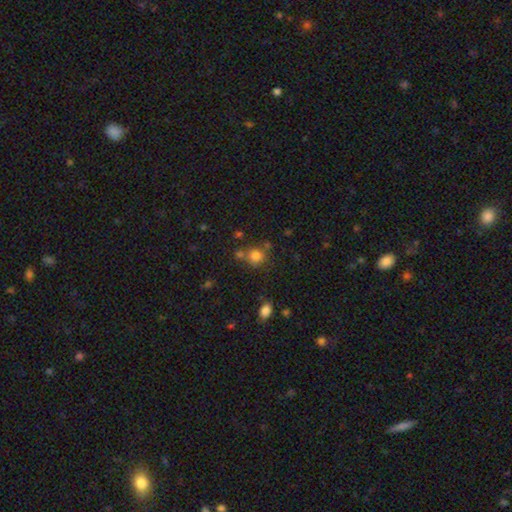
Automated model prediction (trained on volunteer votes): smooth-or-featured: smooth: 78% | star or artifact: 15% | featured or disk: 7%
  how-rounded: round: 84% | in between: 15% | cigar-shaped: 1%
  merging: none: 65% | merger: 18% | minor disturbance: 12% | major disturbance: 5%